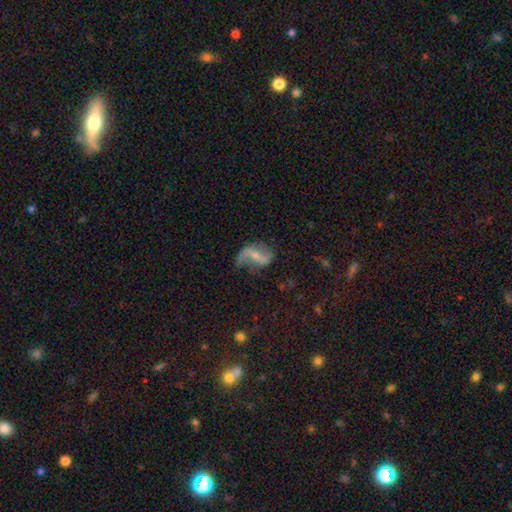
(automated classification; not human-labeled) smooth_or_featured: featured or disk (p=0.76) [alt: smooth p=0.16]
disk_edge_on: no (p=0.96) [alt: yes p=0.04]
bar: weak (p=0.38) [alt: strong p=0.37]
has_spiral_arms: yes (p=0.89) [alt: no p=0.11]
spiral_winding: loose (p=0.72) [alt: medium p=0.22]
spiral_arm_count: 2 (p=0.73) [alt: 1 p=0.20]
bulge_size: small (p=0.54) [alt: moderate p=0.37]
merging: none (p=0.48) [alt: major disturbance p=0.25]